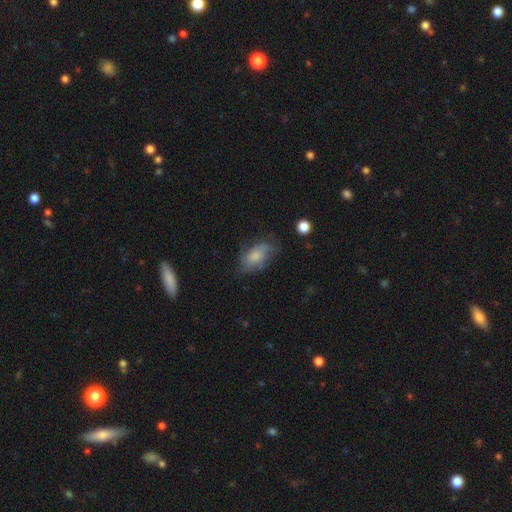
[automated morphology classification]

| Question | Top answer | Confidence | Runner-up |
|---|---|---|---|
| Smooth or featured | smooth | 60% | featured or disk (32%) |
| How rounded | in between | 88% | round (9%) |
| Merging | none | 53% | minor disturbance (29%) |